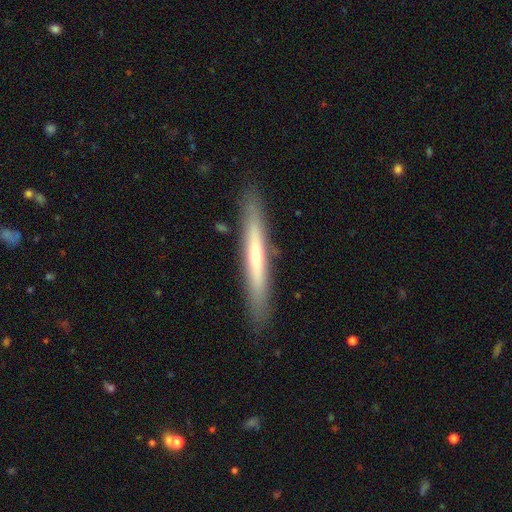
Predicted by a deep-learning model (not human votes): Smooth or featured?
  - smooth: 49% *
  - featured or disk: 45%
  - star or artifact: 6%
Merging?
  - none: 88% *
  - minor disturbance: 9%
  - major disturbance: 2%
  - merger: 1%